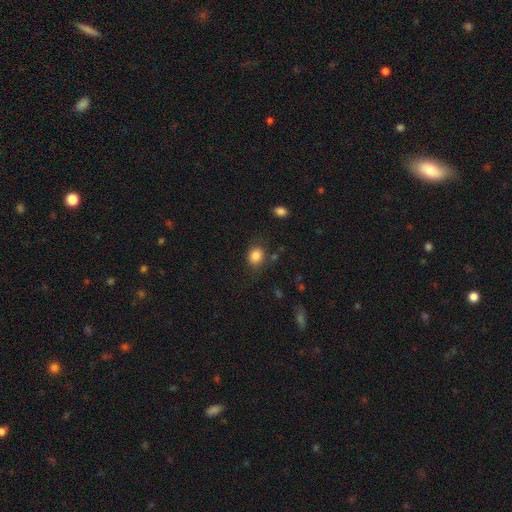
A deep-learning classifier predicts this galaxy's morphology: A smooth galaxy with no disk features (84%) that is round (57%).

Vote fractions:
- Smooth or featured? smooth: 84% / star or artifact: 10% / featured or disk: 6%
- How rounded? round: 57% / in between: 42% / cigar-shaped: 1%
- Merging? none: 73% / minor disturbance: 17% / major disturbance: 7% / merger: 3%